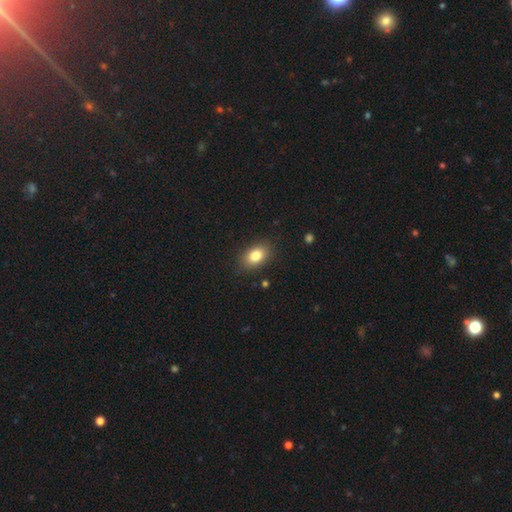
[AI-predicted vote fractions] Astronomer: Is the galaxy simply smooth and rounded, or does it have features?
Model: smooth — 83%.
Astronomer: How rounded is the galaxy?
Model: in between — 82%.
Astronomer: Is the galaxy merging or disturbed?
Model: none — 86%.